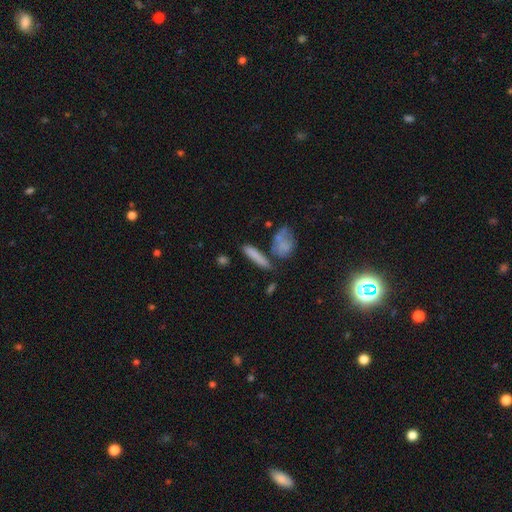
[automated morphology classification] A smooth galaxy with no disk features (76%) that is cigar-shaped (75%). Merging: none (65%).